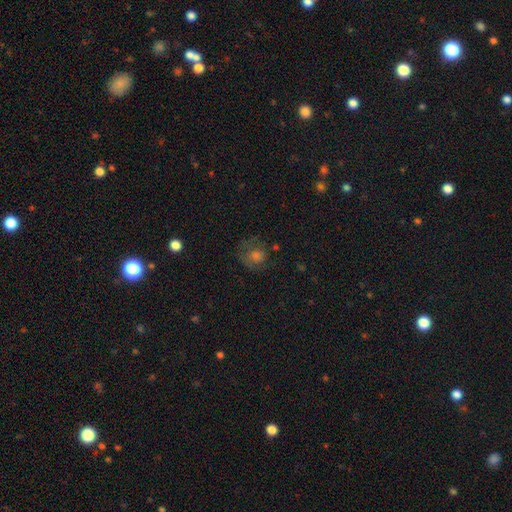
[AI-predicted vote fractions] Smooth or featured?
  - smooth: 56% *
  - featured or disk: 24%
  - star or artifact: 20%
How rounded?
  - round: 78% *
  - in between: 21%
  - cigar-shaped: 1%
Merging?
  - none: 58% *
  - minor disturbance: 20%
  - major disturbance: 20%
  - merger: 2%